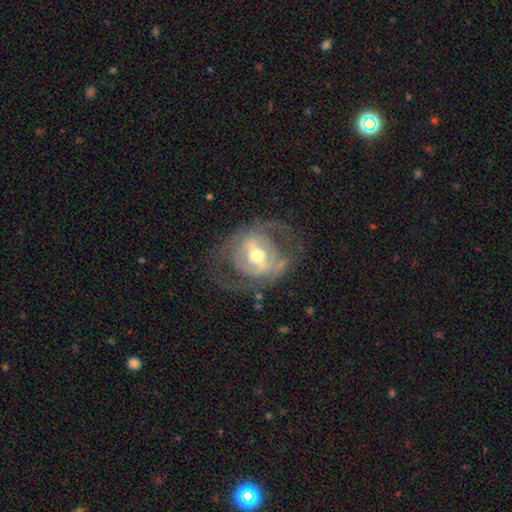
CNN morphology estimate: Smooth or featured? Predicted: featured or disk (p=0.79). Edge-on disk? Predicted: no (p=0.95). Bar? Predicted: strong (p=0.44). Spiral arms? Predicted: yes (p=0.65). Bulge size? Predicted: moderate (p=0.71). Merging? Predicted: none (p=0.63).